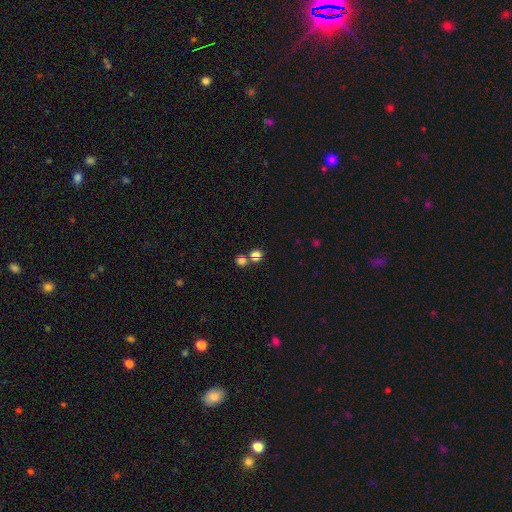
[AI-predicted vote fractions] A smooth galaxy with no disk features (69%) that is round (80%). Merging: none (53%).